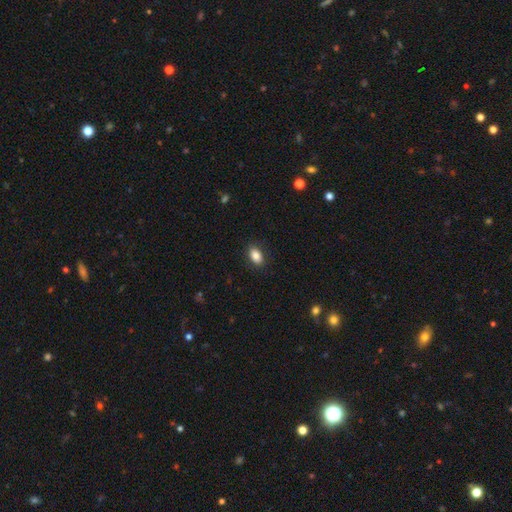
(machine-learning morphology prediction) smooth 85%, star or artifact 8%, featured or disk 7%. Down the decision tree: how rounded — in between (89%); merging — none (87%).